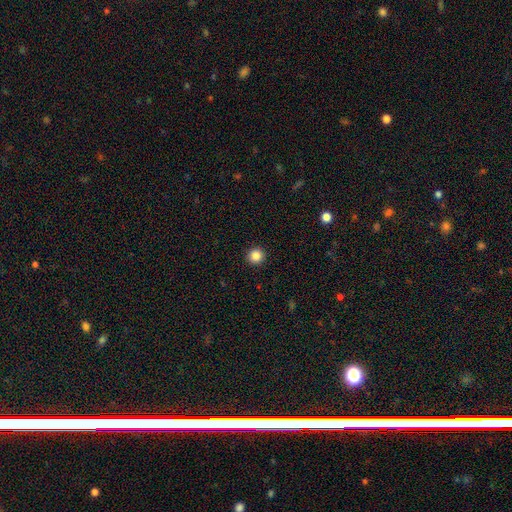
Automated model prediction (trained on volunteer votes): Q: Smooth or featured?
A: smooth (86%); runner-up: star or artifact (10%)
Q: How rounded?
A: round (95%); runner-up: in between (4%)
Q: Merging?
A: none (93%); runner-up: minor disturbance (4%)